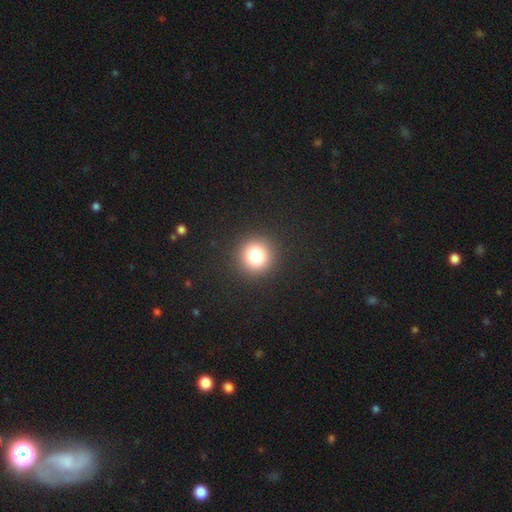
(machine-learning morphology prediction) type=smooth (80%); roundness=round (94%); merging=none (92%).